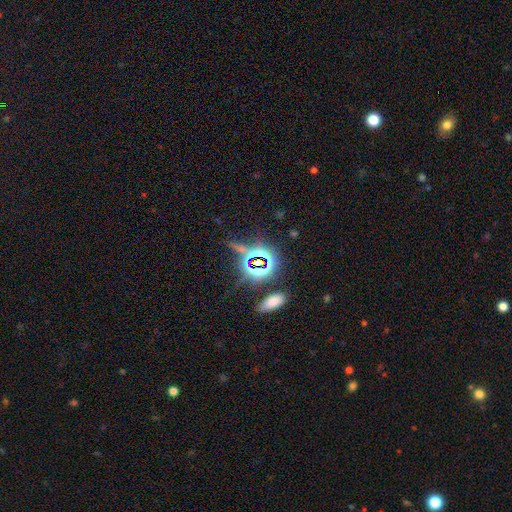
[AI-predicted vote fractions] Smooth or featured? star or artifact (72%)